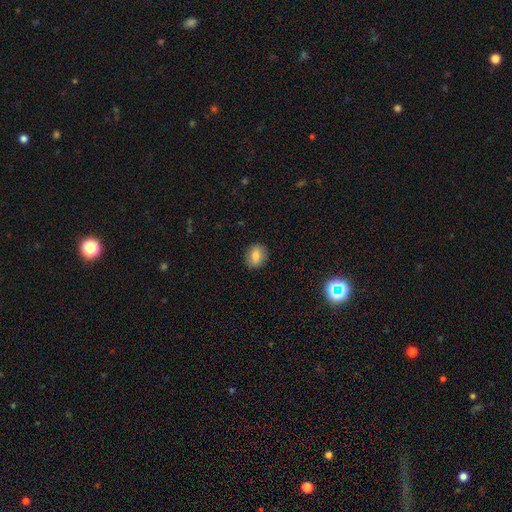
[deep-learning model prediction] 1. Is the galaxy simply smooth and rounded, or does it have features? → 76% smooth, 15% featured or disk, 9% star or artifact.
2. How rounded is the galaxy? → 59% round, 40% in between, 2% cigar-shaped.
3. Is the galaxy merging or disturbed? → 87% none, 10% minor disturbance, 2% major disturbance, 1% merger.